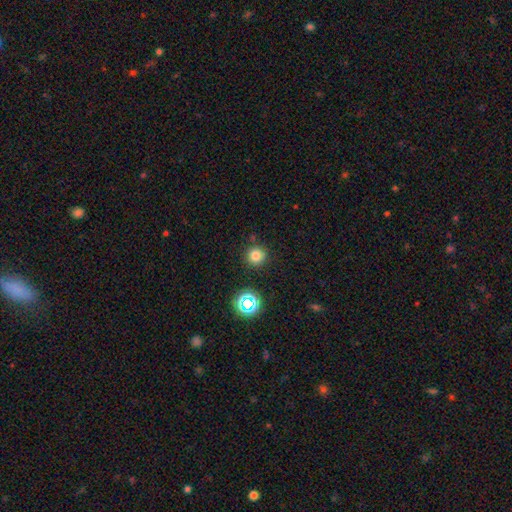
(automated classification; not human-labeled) A smooth galaxy with no disk features (75%) that is round (94%). Merging: none (85%).